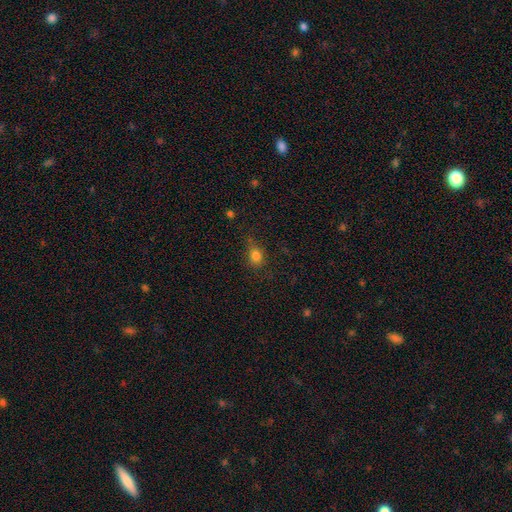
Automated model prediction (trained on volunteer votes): This is likely a smooth galaxy (79%). How rounded: possibly round (51%). Merging: likely none (68%).